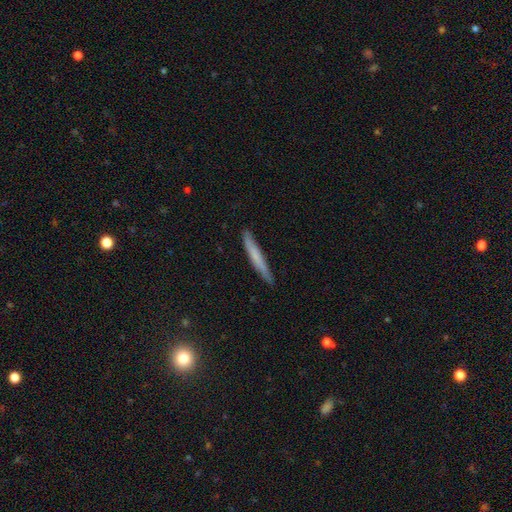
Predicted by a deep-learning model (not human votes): Smooth or featured: smooth — 61% (featured or disk — 33%)
How rounded: cigar-shaped — 96% (in between — 2%)
Merging: none — 87% (minor disturbance — 10%)